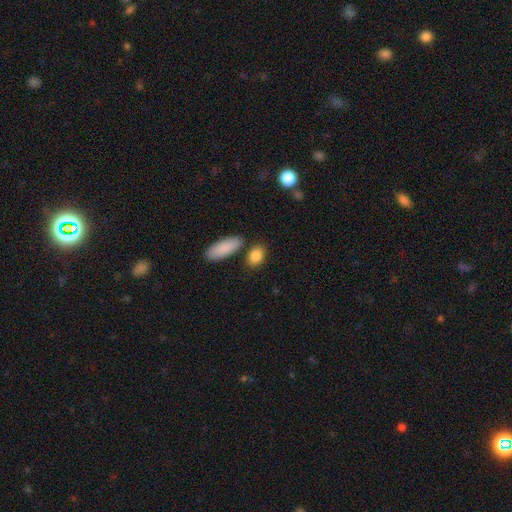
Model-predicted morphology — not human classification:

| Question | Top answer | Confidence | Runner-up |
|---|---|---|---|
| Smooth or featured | smooth | 88% | star or artifact (7%) |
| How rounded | in between | 80% | round (15%) |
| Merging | none | 75% | minor disturbance (12%) |